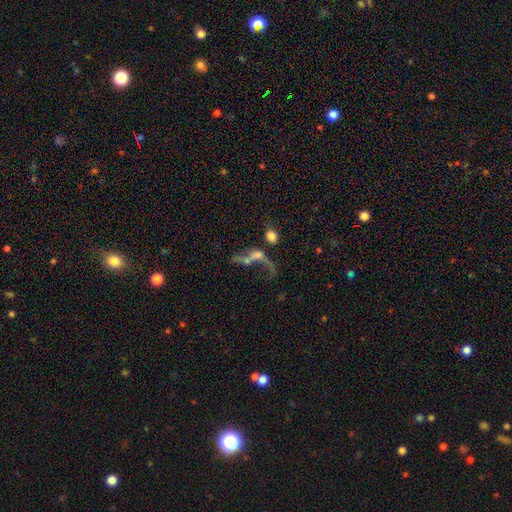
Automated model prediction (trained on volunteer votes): A featured or disk galaxy (48%).

Vote fractions:
- Smooth or featured? featured or disk: 48% / smooth: 29% / star or artifact: 23%
- Merging? merger: 45% / major disturbance: 28% / none: 19% / minor disturbance: 8%